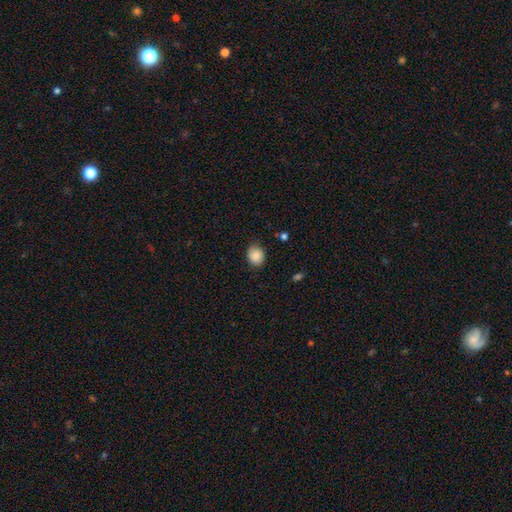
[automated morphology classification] type=smooth (85%); roundness=round (53%); merging=none (78%).